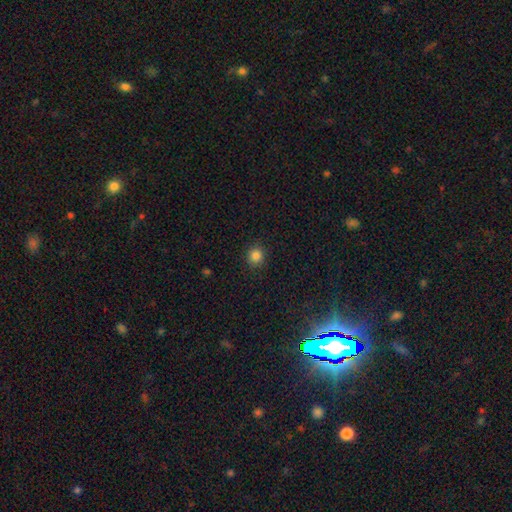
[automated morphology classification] The model was most divided on "smooth or featured": smooth: 84%, star or artifact: 12%, featured or disk: 4%. More confident: merging — none (90%); how rounded — round (88%).